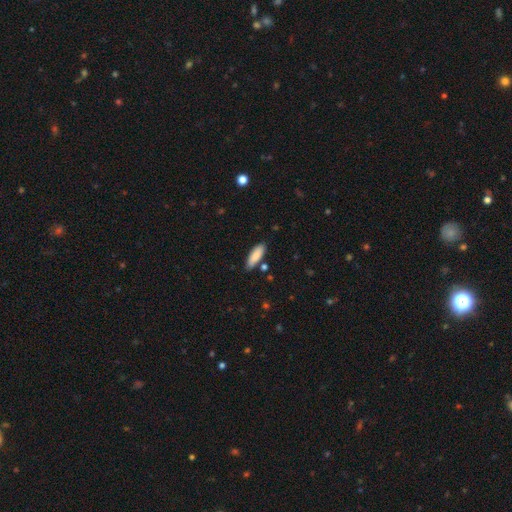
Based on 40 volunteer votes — This appears to be a smooth galaxy with no disk features (92%) that is in between round and cigar-shaped (54%). Merging: none (87%).